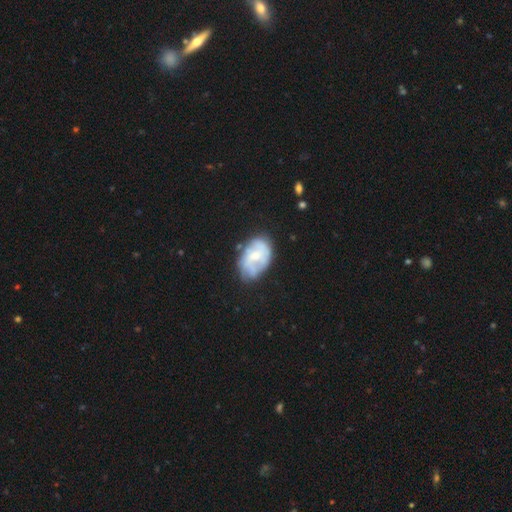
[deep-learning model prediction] Smooth or featured? featured or disk (53%)
Edge-on disk? no (97%)
Bar? no (67%)
Spiral arms? no (53%)
Bulge size? moderate (40%)
Merging? none (52%)